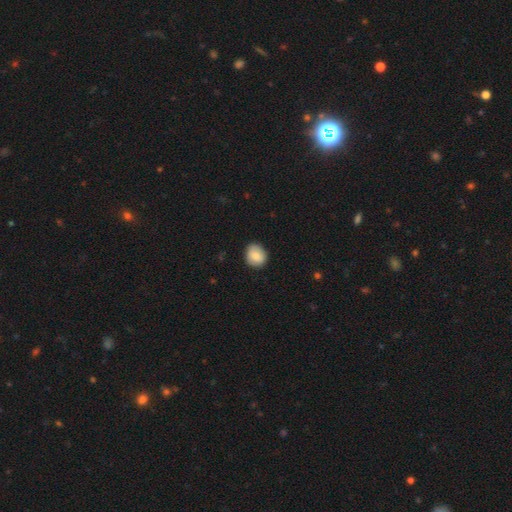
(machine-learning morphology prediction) This is clearly a smooth galaxy (83%). How rounded: likely round (70%). Merging: clearly none (85%).